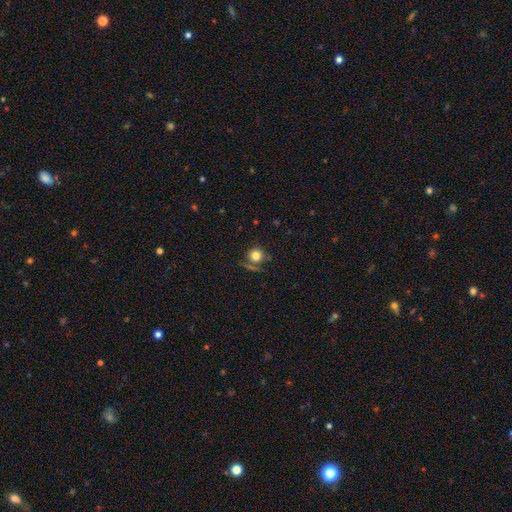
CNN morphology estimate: A smooth galaxy with no disk features (77%) that is round (90%). Merging: none (73%).